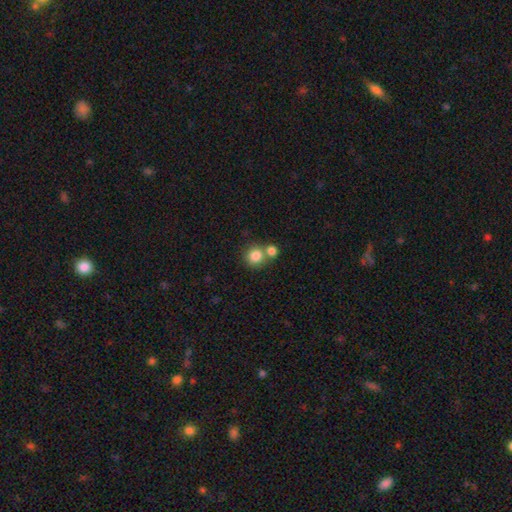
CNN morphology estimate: This is clearly a smooth galaxy (83%). How rounded: clearly round (88%). Merging: possibly none (55%).